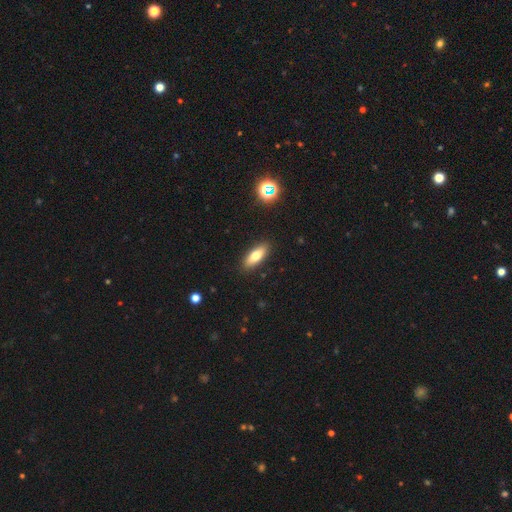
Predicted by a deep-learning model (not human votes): This is likely a smooth galaxy (74%). How rounded: likely in between (69%). Merging: clearly none (89%).